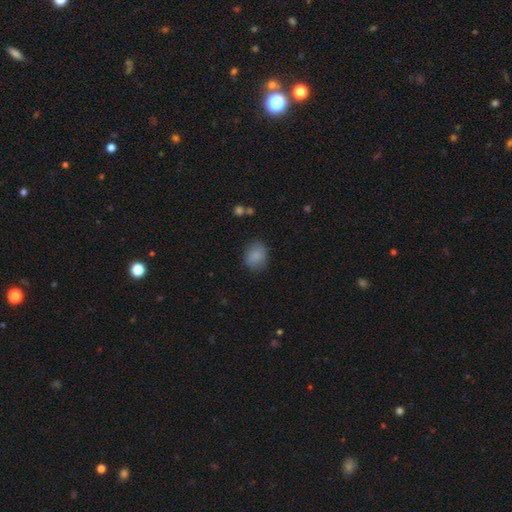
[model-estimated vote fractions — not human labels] Smooth or featured: smooth — 86% (star or artifact — 8%)
How rounded: round — 56% (in between — 43%)
Merging: none — 79% (minor disturbance — 16%)